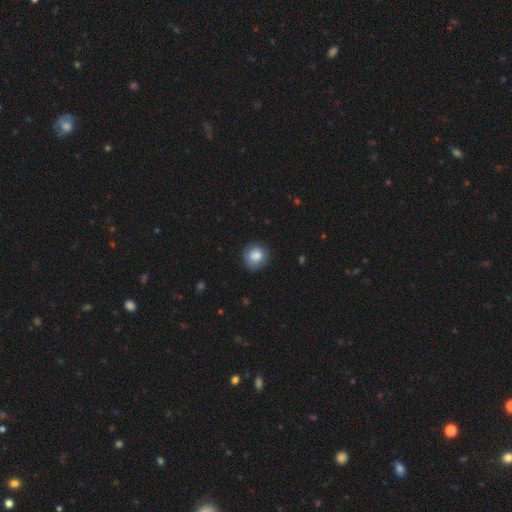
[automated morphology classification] This appears to be a smooth galaxy with no disk features (81%) that is round (88%). Merging: none (82%).